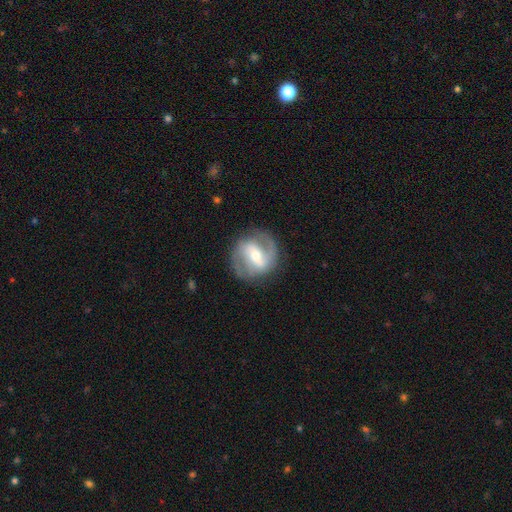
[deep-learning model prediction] The model was most divided on "bar": weak: 43%, strong: 41%, no: 16%. More confident: edge-on disk — no (97%); spiral arms — yes (91%); spiral arm count — 2 (87%); smooth or featured — featured or disk (82%); merging — none (81%); bulge size — moderate (57%); spiral winding — medium (51%).